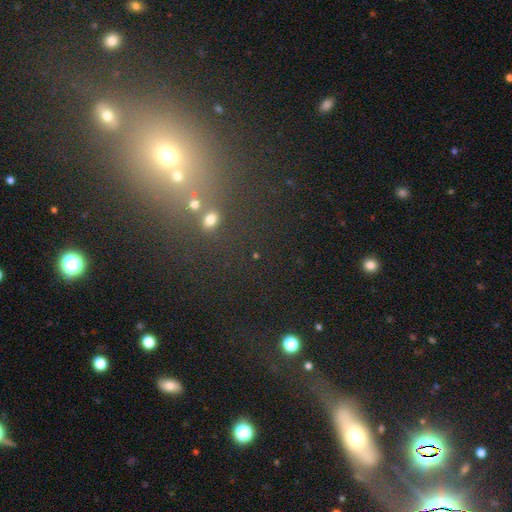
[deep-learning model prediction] smooth_or_featured: star or artifact (p=0.45) [alt: smooth p=0.44]